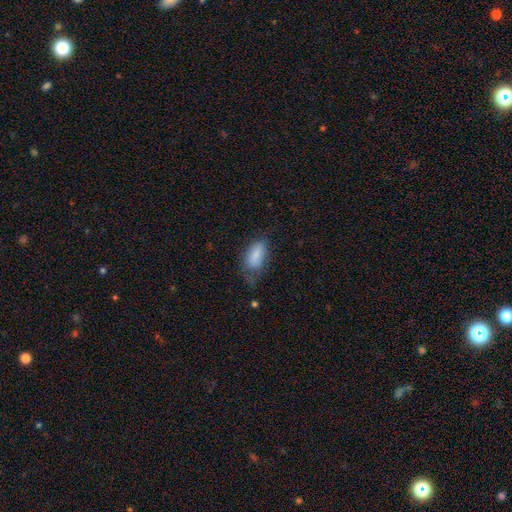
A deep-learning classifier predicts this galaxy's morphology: The model was most divided on "merging": none: 46%, minor disturbance: 32%, major disturbance: 19%, merger: 2%. More confident: how rounded — in between (92%); smooth or featured — smooth (83%).